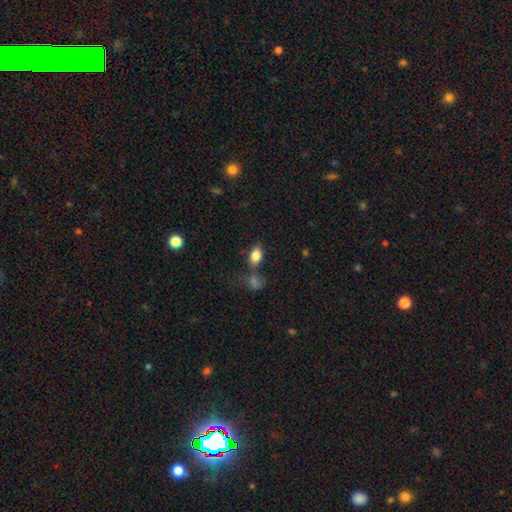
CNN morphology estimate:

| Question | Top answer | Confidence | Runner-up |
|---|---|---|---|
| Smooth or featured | smooth | 84% | star or artifact (9%) |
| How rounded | in between | 89% | round (9%) |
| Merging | none | 63% | merger (18%) |